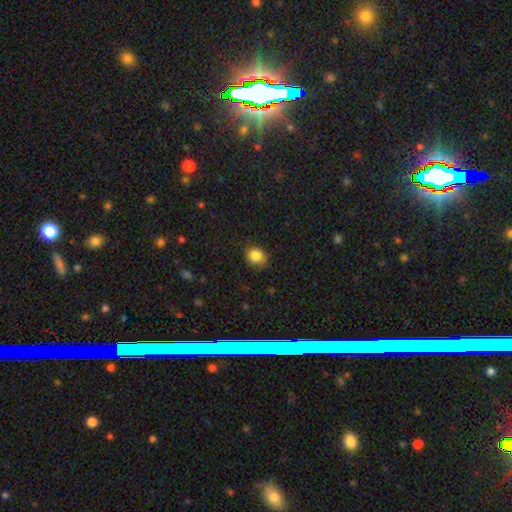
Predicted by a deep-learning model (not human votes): Smooth or featured? Predicted: smooth (p=0.84). How rounded? Predicted: round (p=0.80). Merging? Predicted: none (p=0.77).